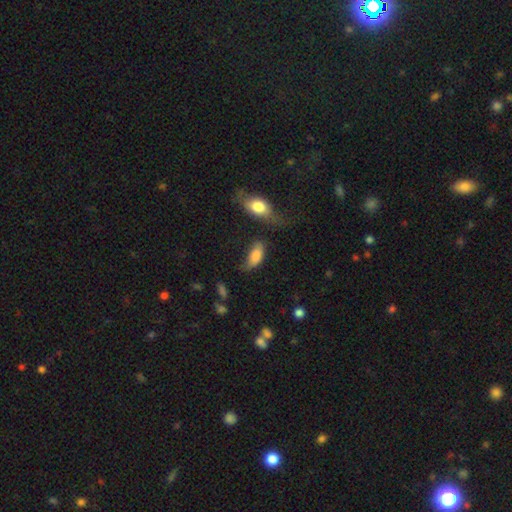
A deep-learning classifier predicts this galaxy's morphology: smooth-or-featured: smooth: 79% | featured or disk: 13% | star or artifact: 8%
  how-rounded: in between: 88% | cigar-shaped: 8% | round: 4%
  merging: minor disturbance: 34% | none: 33% | major disturbance: 25% | merger: 8%